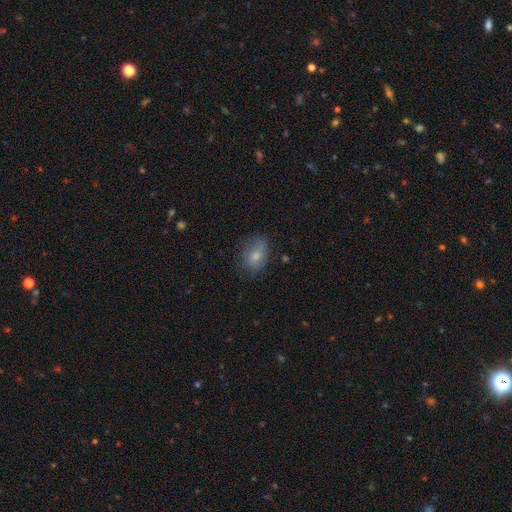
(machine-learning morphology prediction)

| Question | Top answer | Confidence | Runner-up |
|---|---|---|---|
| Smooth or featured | smooth | 74% | featured or disk (16%) |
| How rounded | in between | 71% | round (28%) |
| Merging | none | 64% | minor disturbance (25%) |